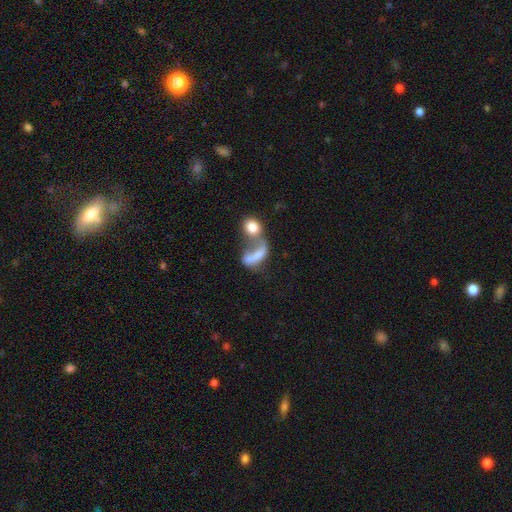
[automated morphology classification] Smooth or featured?
  - smooth: 60% *
  - featured or disk: 30%
  - star or artifact: 10%
How rounded?
  - in between: 69% *
  - round: 18%
  - cigar-shaped: 13%
Merging?
  - merger: 68% *
  - major disturbance: 16%
  - none: 10%
  - minor disturbance: 6%